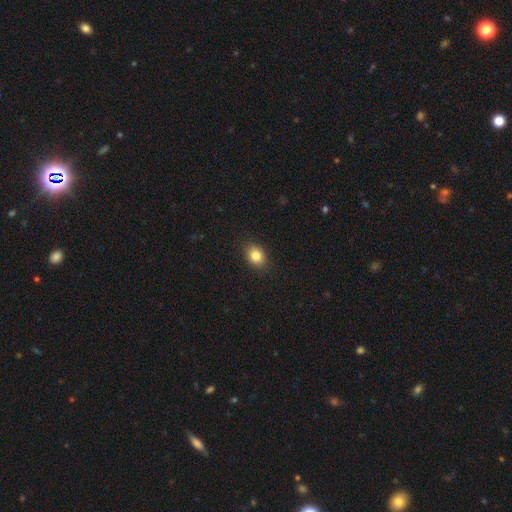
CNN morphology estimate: Q: Smooth or featured?
A: smooth (84%); runner-up: star or artifact (10%)
Q: How rounded?
A: in between (61%); runner-up: round (38%)
Q: Merging?
A: none (88%); runner-up: minor disturbance (9%)